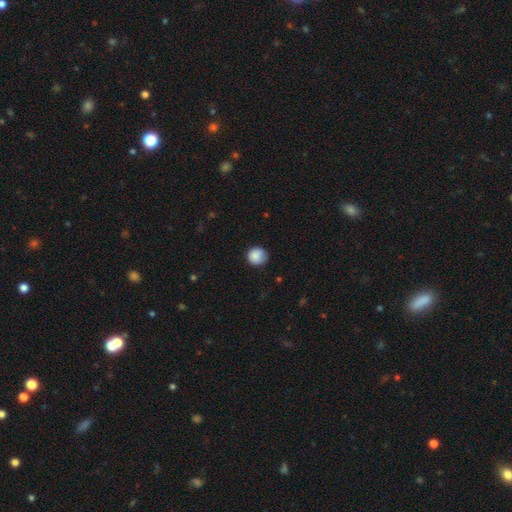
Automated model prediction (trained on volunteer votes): smooth-or-featured: smooth: 86% | star or artifact: 8% | featured or disk: 6%
  how-rounded: round: 90% | in between: 9% | cigar-shaped: 1%
  merging: none: 76% | minor disturbance: 19% | major disturbance: 4% | merger: 1%